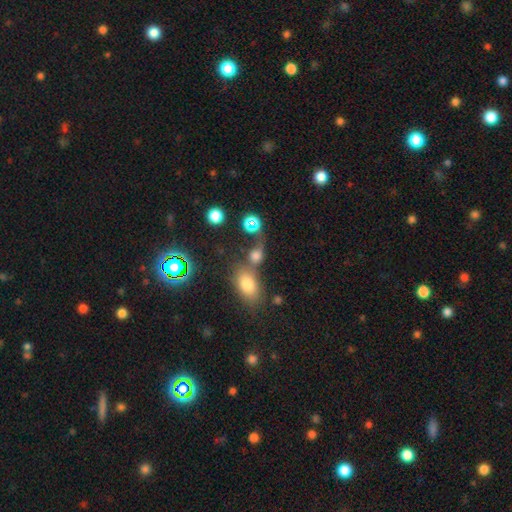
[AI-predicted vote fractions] Morphology: type=smooth (63%); roundness=in between (53%); merging=merger (45%).